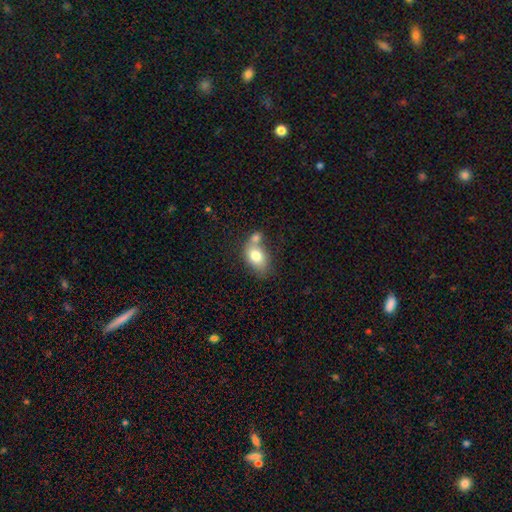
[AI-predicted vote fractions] This is likely a smooth galaxy (77%). How rounded: likely in between (80%). Merging: possibly merger (46%).